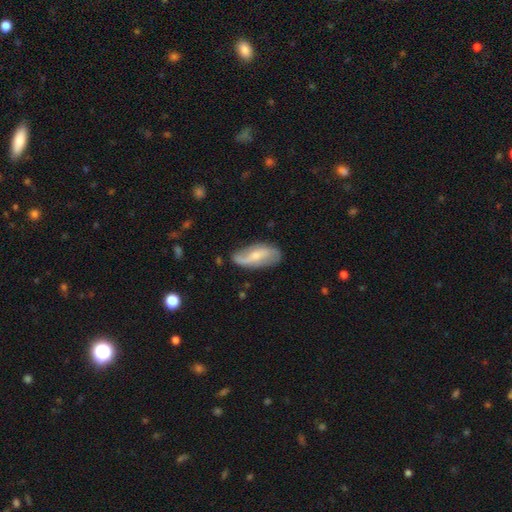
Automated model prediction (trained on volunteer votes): Overall: featured or disk (63%; smooth 31%). Edge-on disk: no (90%). Bar: weak (41%; no 35%). Spiral arms: yes (84%). Bulge size: small (53%; moderate 39%). Merging: none (65%).